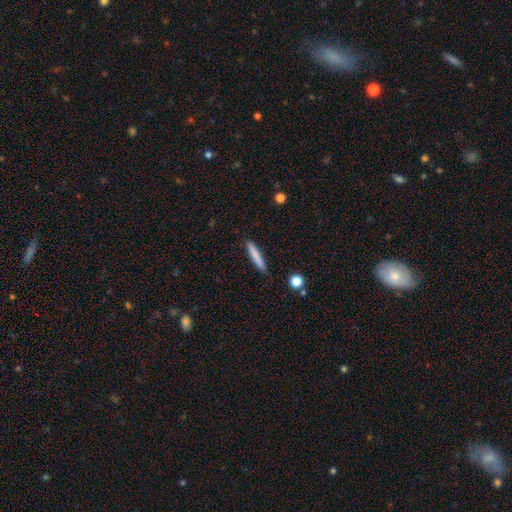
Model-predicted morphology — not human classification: Smooth or featured?
  - smooth: 80% *
  - featured or disk: 14%
  - star or artifact: 6%
How rounded?
  - cigar-shaped: 93% *
  - in between: 6%
  - round: 1%
Merging?
  - none: 88% *
  - minor disturbance: 9%
  - major disturbance: 2%
  - merger: 1%